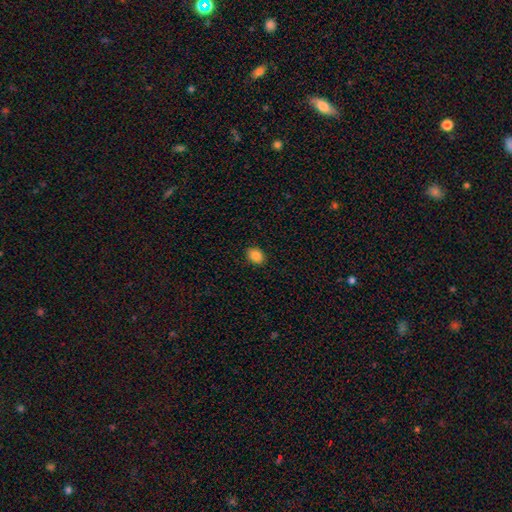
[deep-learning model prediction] Smooth or featured? smooth (86%)
How rounded? in between (55%)
Merging? none (89%)